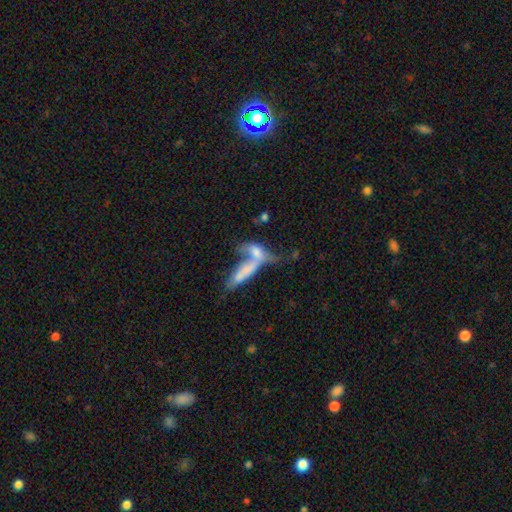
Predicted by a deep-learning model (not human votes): The model was most divided on "how rounded": in between: 52%, cigar-shaped: 43%, round: 5%. More confident: merging — merger (64%); smooth or featured — smooth (59%).